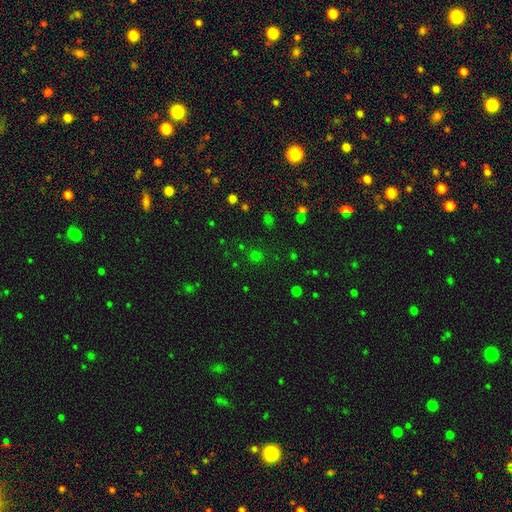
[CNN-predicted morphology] Smooth or featured? smooth (62%)
How rounded? round (87%)
Merging? none (83%)